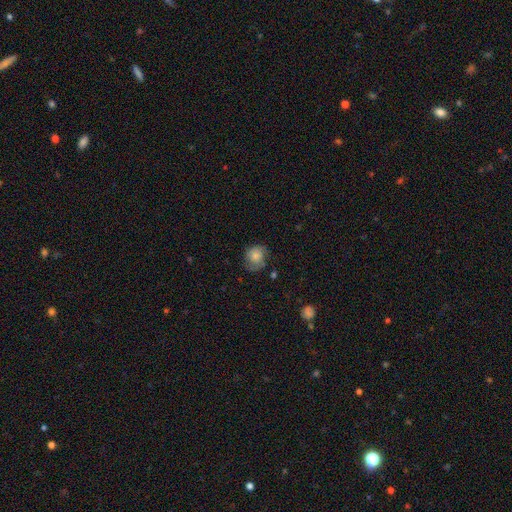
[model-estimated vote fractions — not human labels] Overall: smooth (72%). How rounded: round (74%). Merging: none (62%; minor disturbance 26%).